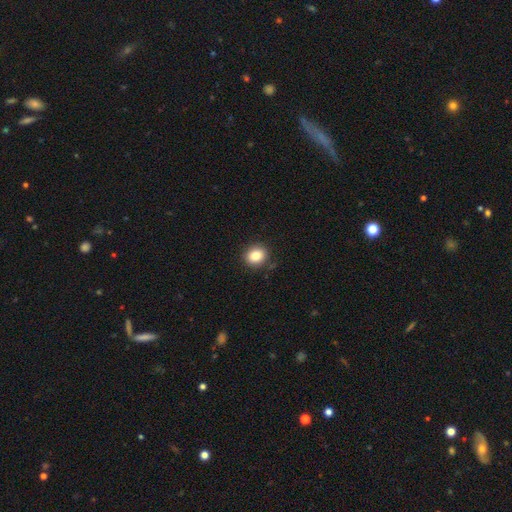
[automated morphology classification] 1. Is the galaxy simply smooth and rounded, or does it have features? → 84% smooth, 10% star or artifact, 6% featured or disk.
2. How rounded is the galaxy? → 69% round, 30% in between, 1% cigar-shaped.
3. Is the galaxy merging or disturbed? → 87% none, 9% minor disturbance, 2% major disturbance, 1% merger.